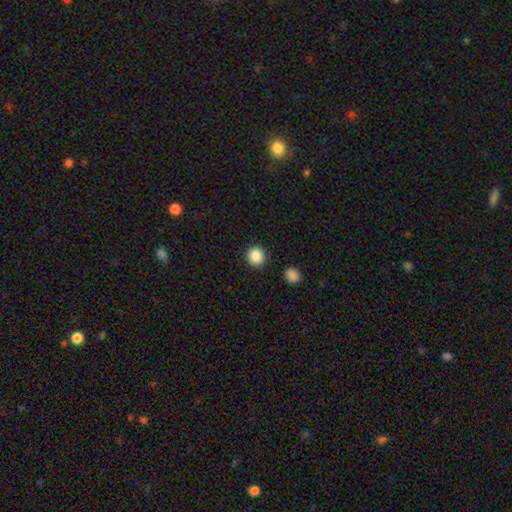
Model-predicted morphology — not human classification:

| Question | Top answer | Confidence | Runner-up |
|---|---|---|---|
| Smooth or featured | smooth | 88% | star or artifact (9%) |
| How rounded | round | 93% | in between (6%) |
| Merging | none | 90% | minor disturbance (6%) |